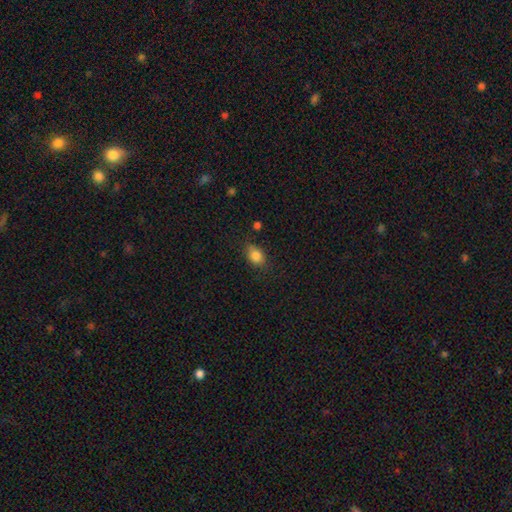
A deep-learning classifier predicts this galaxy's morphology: smooth_or_featured: smooth (p=0.84) [alt: star or artifact p=0.10]
how_rounded: in between (p=0.73) [alt: round p=0.25]
merging: none (p=0.73) [alt: minor disturbance p=0.20]